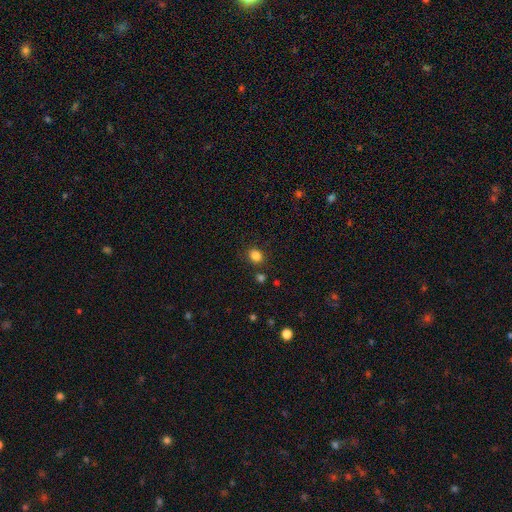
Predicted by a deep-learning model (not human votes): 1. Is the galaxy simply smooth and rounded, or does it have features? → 84% smooth, 12% star or artifact, 4% featured or disk.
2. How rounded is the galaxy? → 64% round, 35% in between, 1% cigar-shaped.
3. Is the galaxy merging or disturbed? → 83% none, 10% minor disturbance, 4% merger, 3% major disturbance.